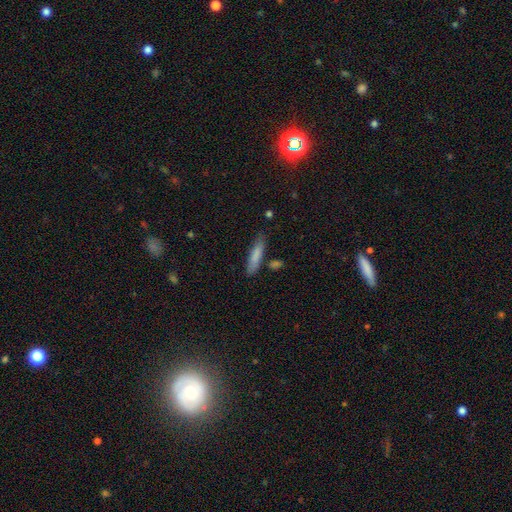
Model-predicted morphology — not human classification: type=smooth (81%); roundness=cigar-shaped (78%); merging=none (77%).